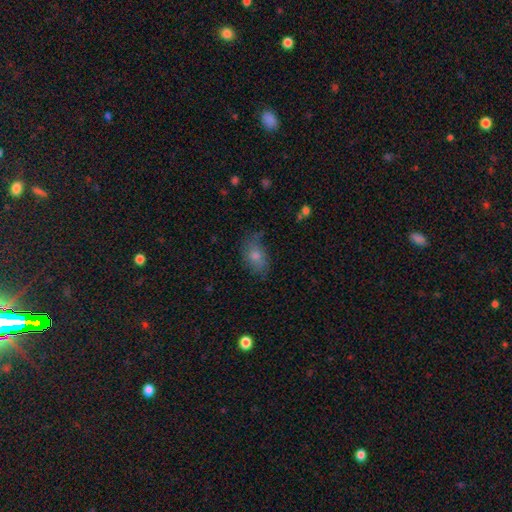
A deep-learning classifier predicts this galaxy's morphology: Smooth or featured? smooth (74%)
How rounded? in between (82%)
Merging? none (62%)